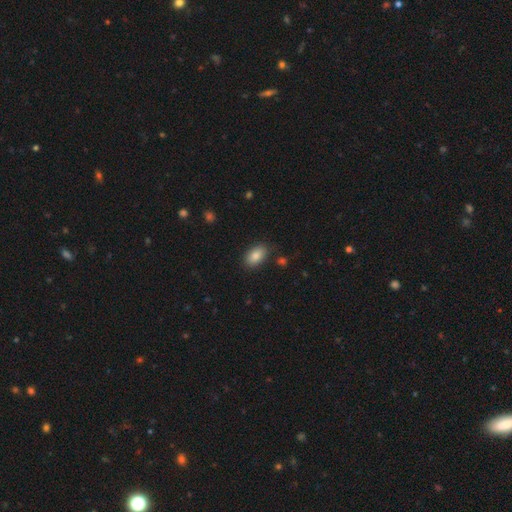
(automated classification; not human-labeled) Overall: smooth (86%). How rounded: in between (92%). Merging: none (85%).